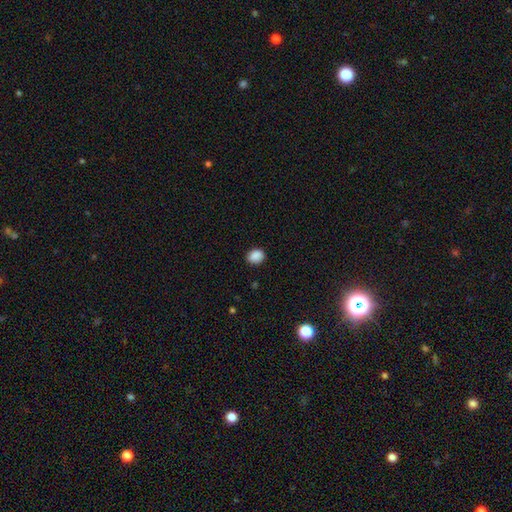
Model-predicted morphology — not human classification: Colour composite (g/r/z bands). It shows a smooth galaxy with no disk features (88%) that is round (53%). Merging: none (87%).